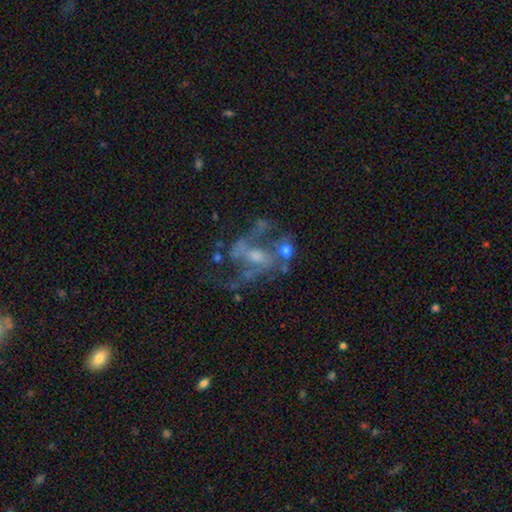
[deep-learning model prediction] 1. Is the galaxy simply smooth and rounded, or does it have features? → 77% featured or disk, 13% star or artifact, 10% smooth.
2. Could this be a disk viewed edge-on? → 96% no, 4% yes.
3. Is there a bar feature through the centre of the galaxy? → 45% no, 39% weak, 16% strong.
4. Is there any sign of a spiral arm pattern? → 73% yes, 27% no.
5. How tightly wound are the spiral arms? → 49% loose, 39% medium, 12% tight.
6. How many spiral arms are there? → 56% 2, 20% can't tell, 11% 3, 6% 1, 4% 4, 3% more than 4.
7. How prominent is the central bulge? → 40% small, 39% moderate, 15% none, 4% large, 1% dominant.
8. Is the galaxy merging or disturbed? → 40% none, 29% major disturbance, 16% minor disturbance, 15% merger.